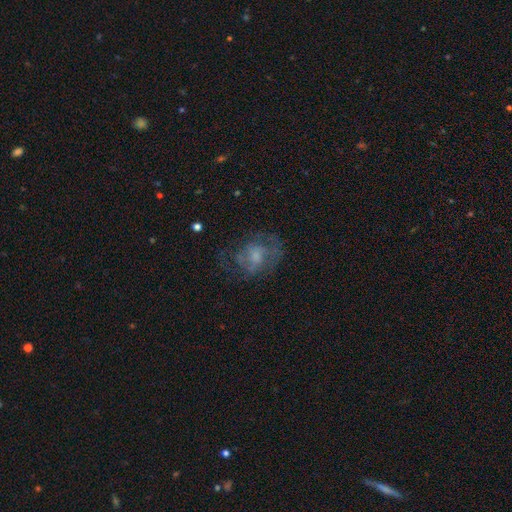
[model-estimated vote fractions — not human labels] A featured or disk galaxy (56%) with no bar (68%), spiral arms (54%) and a moderate central bulge (35%, tied with small).

Vote fractions:
- Smooth or featured? featured or disk: 56% / smooth: 33% / star or artifact: 11%
- Edge-on disk? no: 97% / yes: 3%
- Bar? no: 68% / weak: 27% / strong: 4%
- Spiral arms? yes: 54% / no: 46%
- Bulge size? moderate: 35% (tied) / small: 35% (tied) / none: 21% / large: 7% / dominant: 2%
- Merging? none: 50% / major disturbance: 27% / minor disturbance: 21% / merger: 2%